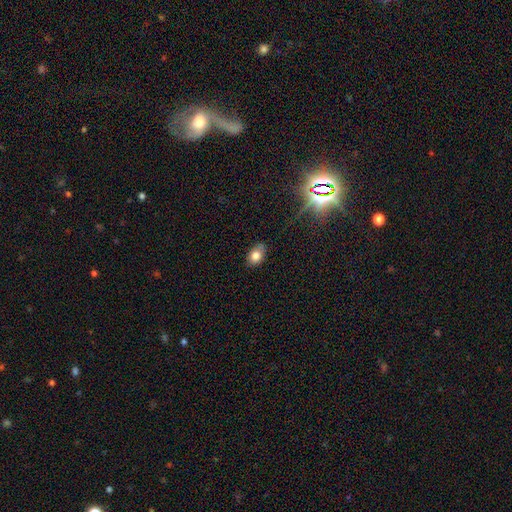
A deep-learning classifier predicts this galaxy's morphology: Smooth or featured? smooth (79%)
How rounded? in between (84%)
Merging? none (80%)